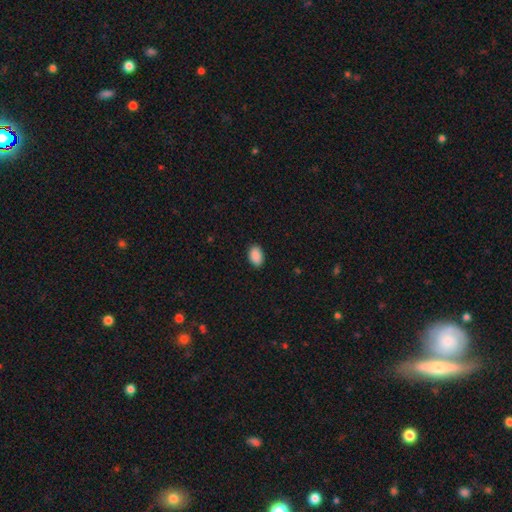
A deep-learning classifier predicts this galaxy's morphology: Smooth or featured?
  - smooth: 90% *
  - star or artifact: 7%
  - featured or disk: 3%
How rounded?
  - in between: 88% *
  - round: 11%
  - cigar-shaped: 1%
Merging?
  - none: 88% *
  - minor disturbance: 9%
  - major disturbance: 2%
  - merger: 1%